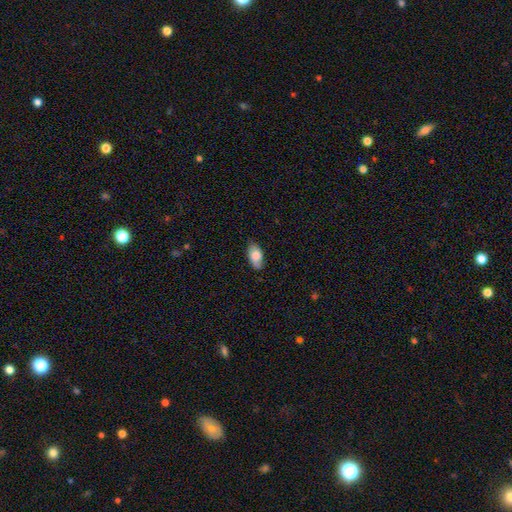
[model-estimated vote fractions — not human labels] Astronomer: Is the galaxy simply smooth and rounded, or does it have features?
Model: smooth — 77%.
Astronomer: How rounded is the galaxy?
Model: in between — 92%.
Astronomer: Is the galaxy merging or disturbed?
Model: none — 78%.